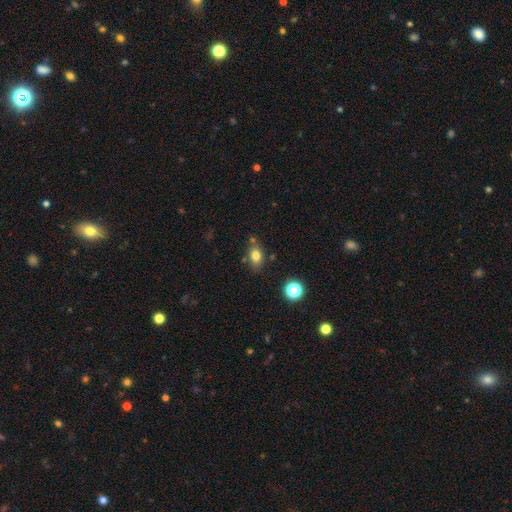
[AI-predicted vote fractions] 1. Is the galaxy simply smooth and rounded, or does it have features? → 78% smooth, 12% star or artifact, 10% featured or disk.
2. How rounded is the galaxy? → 76% in between, 21% round, 3% cigar-shaped.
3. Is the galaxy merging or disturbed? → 71% none, 16% minor disturbance, 9% merger, 4% major disturbance.